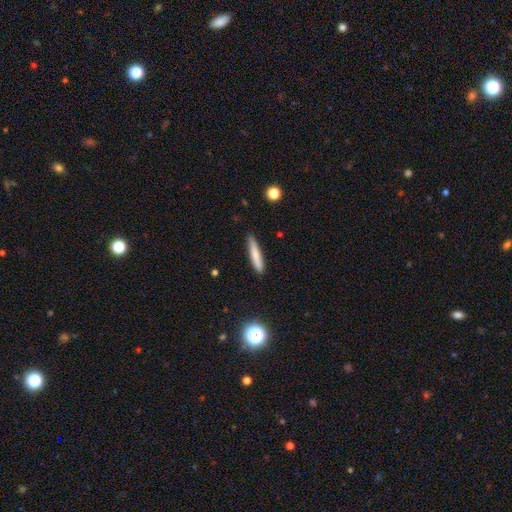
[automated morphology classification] Smooth or featured: smooth — 77% (featured or disk — 16%)
How rounded: cigar-shaped — 91% (in between — 8%)
Merging: none — 86% (minor disturbance — 10%)